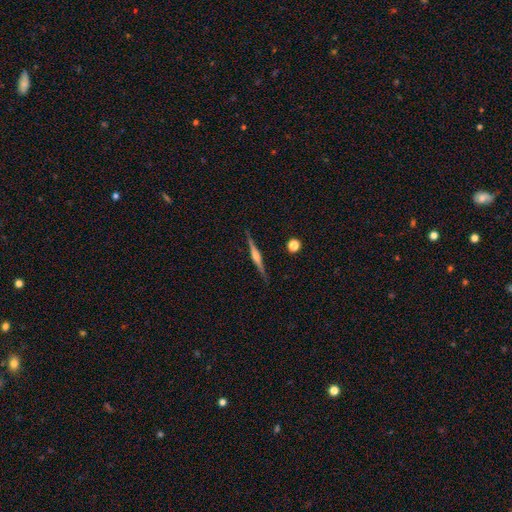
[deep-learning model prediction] Smooth or featured? featured or disk (74%)
Edge-on disk? yes (98%)
Edge-on bulge? rounded (70%)
Merging? none (89%)